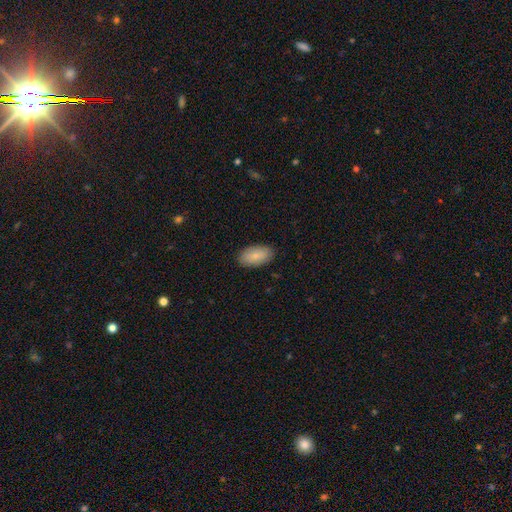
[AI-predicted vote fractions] smooth 82%, featured or disk 12%, star or artifact 6%. Down the decision tree: how rounded — in between (94%); merging — none (88%).